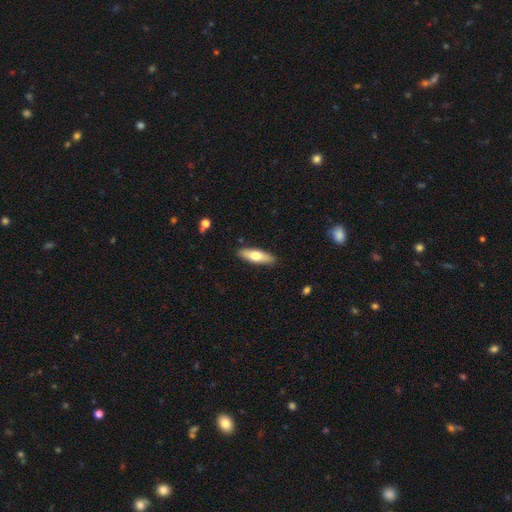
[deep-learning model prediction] smooth_or_featured: smooth (p=0.66) [alt: featured or disk p=0.29]
how_rounded: in between (p=0.50) [alt: cigar-shaped p=0.48]
merging: none (p=0.89) [alt: minor disturbance p=0.08]